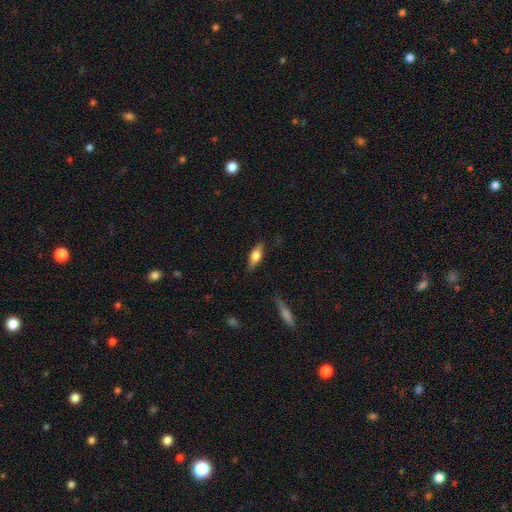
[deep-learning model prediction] Morphology: type=smooth (60%); roundness=in between (67%); merging=none (83%).